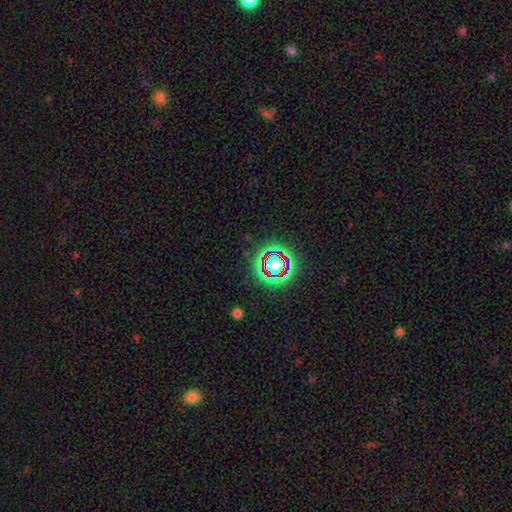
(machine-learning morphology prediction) smooth_or_featured: star or artifact (p=0.75) [alt: smooth p=0.14]